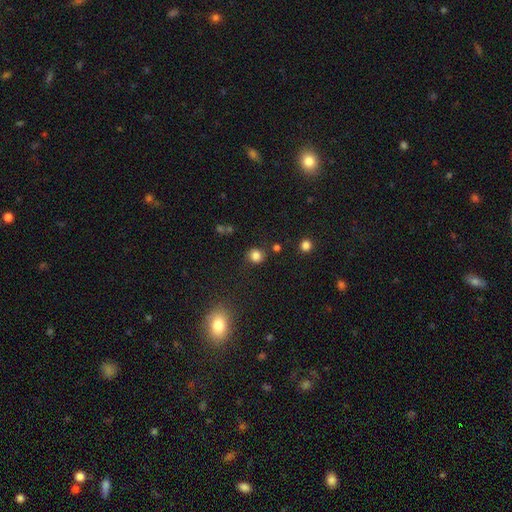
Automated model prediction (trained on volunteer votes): Smooth or featured: smooth — 81% (star or artifact — 13%)
How rounded: round — 85% (in between — 14%)
Merging: none — 81% (minor disturbance — 11%)